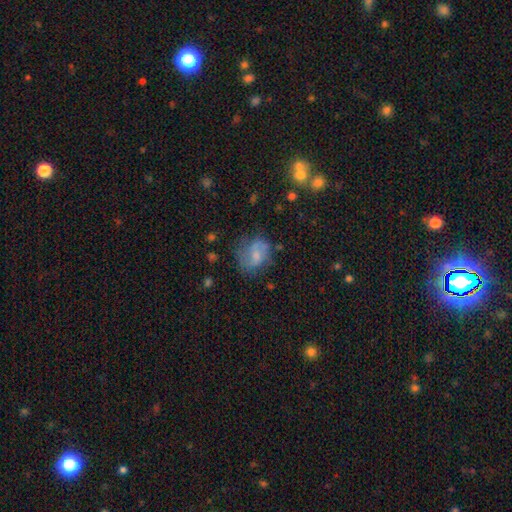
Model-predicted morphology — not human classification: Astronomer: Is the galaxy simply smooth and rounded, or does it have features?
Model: featured or disk — 50% (runner-up: smooth, 40%).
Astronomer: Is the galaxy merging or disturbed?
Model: none — 58%.